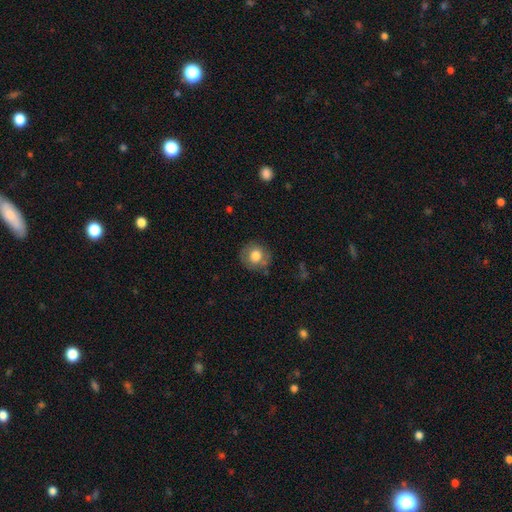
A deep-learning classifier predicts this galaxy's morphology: Smooth or featured?
  - smooth: 75% *
  - featured or disk: 16%
  - star or artifact: 9%
How rounded?
  - round: 89% *
  - in between: 10%
  - cigar-shaped: 1%
Merging?
  - none: 79% *
  - minor disturbance: 14%
  - major disturbance: 4%
  - merger: 3%